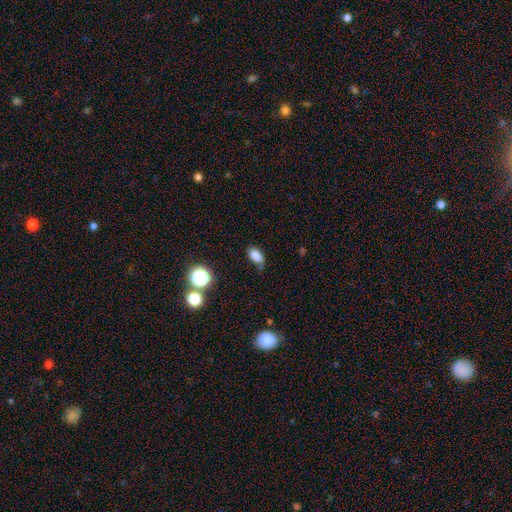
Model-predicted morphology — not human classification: Smooth or featured? smooth (82%)
How rounded? in between (88%)
Merging? none (56%)